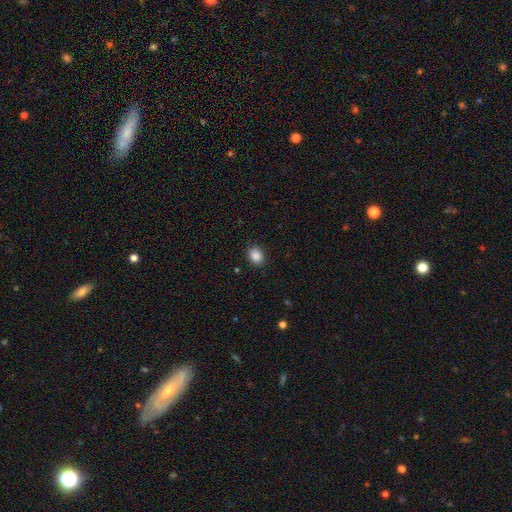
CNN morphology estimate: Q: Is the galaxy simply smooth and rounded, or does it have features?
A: smooth — 87%.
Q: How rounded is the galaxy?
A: in between — 50%.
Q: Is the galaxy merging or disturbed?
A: none — 89%.